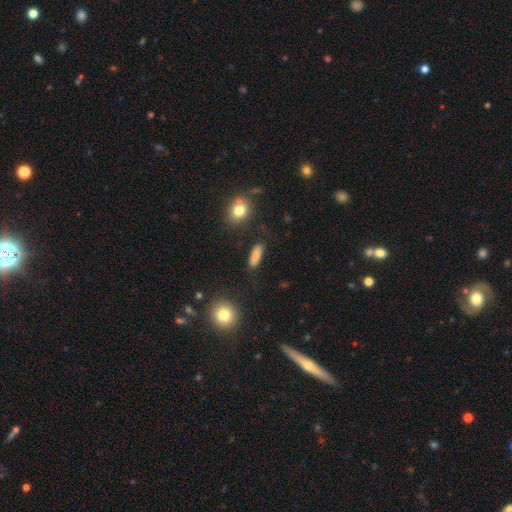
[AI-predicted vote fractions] This is clearly a smooth galaxy (85%). How rounded: possibly cigar-shaped (53%). Merging: clearly none (84%).